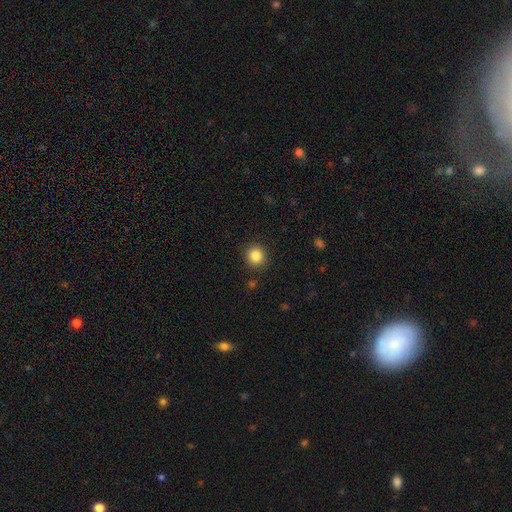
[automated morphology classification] type=smooth (85%); roundness=round (91%); merging=none (90%).